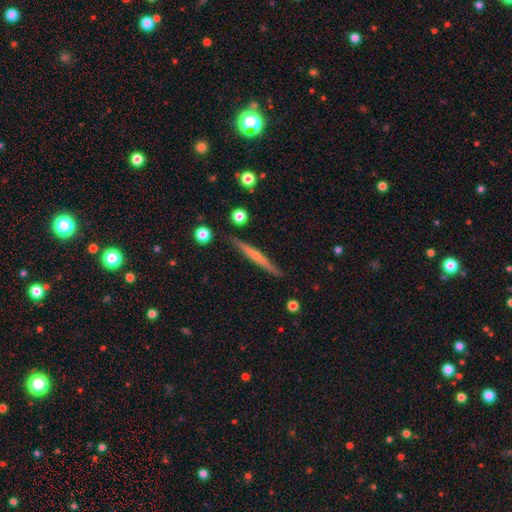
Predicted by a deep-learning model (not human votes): This is possibly a featured or disk galaxy (52%). It is clearly viewed edge-on (97%). Edge-on bulge: likely none (60%). Merging: clearly none (89%).